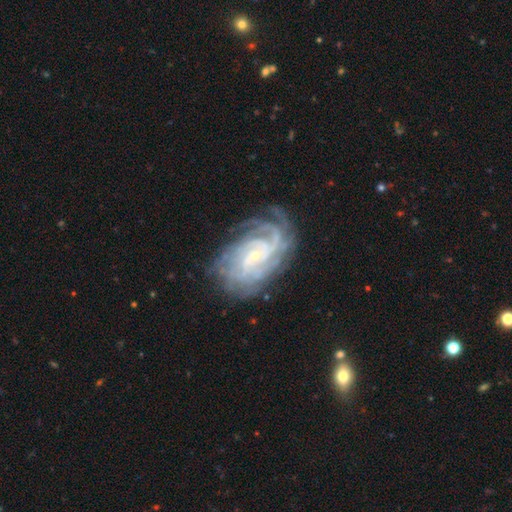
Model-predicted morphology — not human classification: smooth-or-featured: featured or disk: 88% | star or artifact: 6% | smooth: 6%
  disk-edge-on: no: 97% | yes: 3%
    bar: no: 53% | weak: 35% | strong: 12%
    has-spiral-arms: yes: 97% | no: 3%
      spiral-winding: tight: 70% | medium: 25% | loose: 5%
      spiral-arm-count: 4: 25% (tied) | can't tell: 25% (tied) | 3: 17% | more than 4: 14% | 2: 12% | 1: 7%
    bulge-size: small: 82% | moderate: 13% | none: 3% | large: 1% | dominant: 1%
  merging: none: 71% | minor disturbance: 19% | major disturbance: 8% | merger: 2%